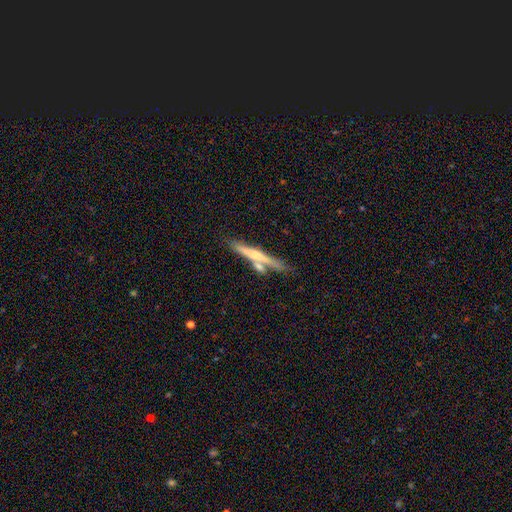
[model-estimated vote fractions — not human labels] Q: Smooth or featured?
A: featured or disk (51%); runner-up: smooth (42%)
Q: Edge-on disk?
A: yes (93%); runner-up: no (7%)
Q: Merging?
A: none (62%); runner-up: merger (20%)